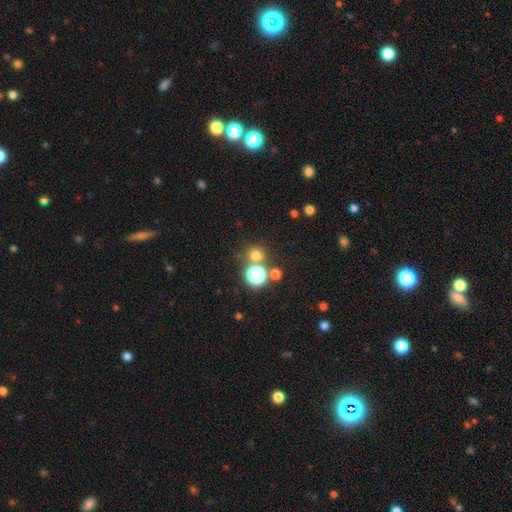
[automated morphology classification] Smooth or featured?
  - smooth: 69% *
  - star or artifact: 24%
  - featured or disk: 7%
How rounded?
  - round: 90% *
  - in between: 9%
  - cigar-shaped: 1%
Merging?
  - none: 72% *
  - merger: 17%
  - minor disturbance: 8%
  - major disturbance: 4%